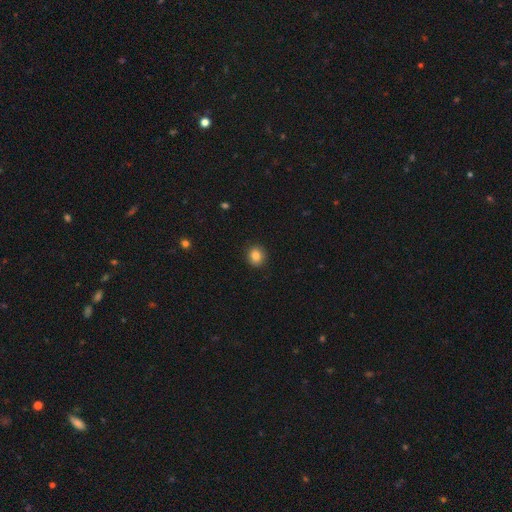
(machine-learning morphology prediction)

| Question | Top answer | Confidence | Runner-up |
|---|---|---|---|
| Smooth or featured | smooth | 85% | star or artifact (10%) |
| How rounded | round | 76% | in between (23%) |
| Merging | none | 90% | minor disturbance (8%) |